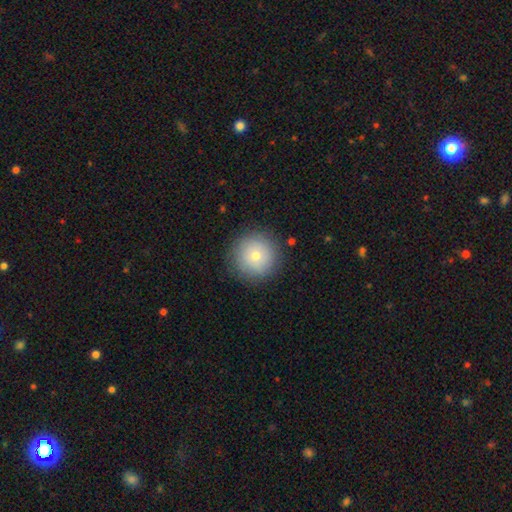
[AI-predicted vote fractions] This appears to be a smooth galaxy with no disk features (75%) that is round (96%). Merging: none (89%).